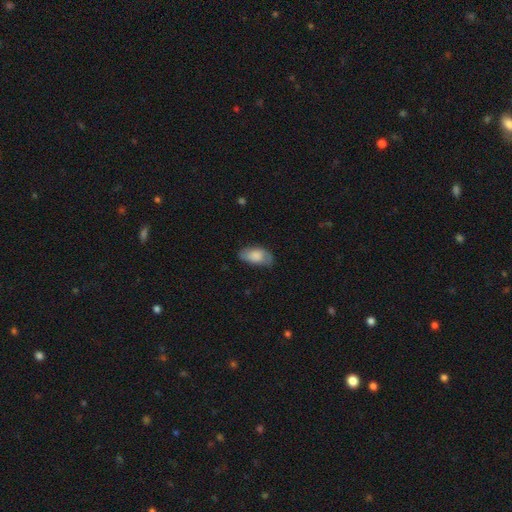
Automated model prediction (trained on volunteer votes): Morphology: type=smooth (70%); roundness=in between (93%); merging=none (66%).